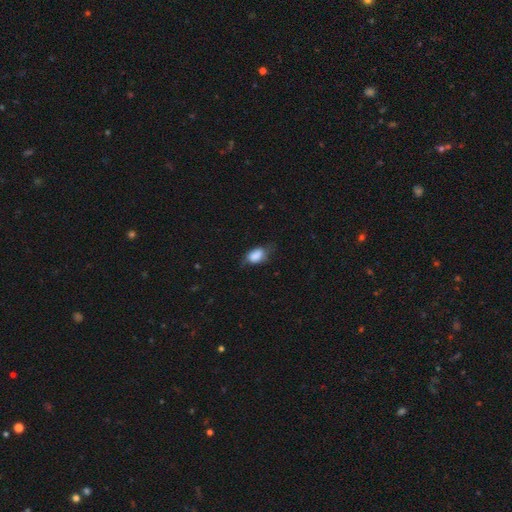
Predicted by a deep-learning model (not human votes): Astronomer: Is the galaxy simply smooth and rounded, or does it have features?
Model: smooth — 82%.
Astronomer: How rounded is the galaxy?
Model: in between — 87%.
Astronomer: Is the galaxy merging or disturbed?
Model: none — 51% (runner-up: minor disturbance, 35%).